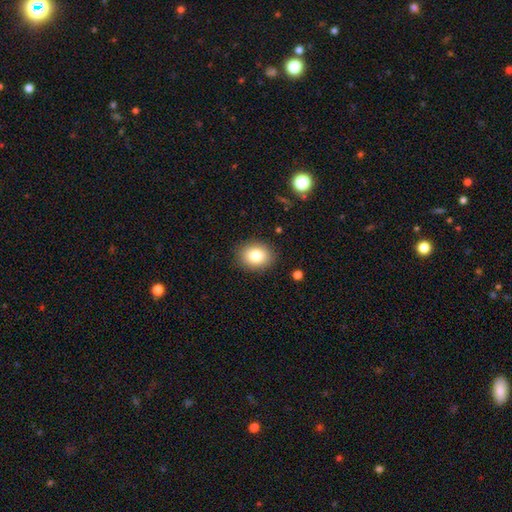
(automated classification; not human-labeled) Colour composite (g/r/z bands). It shows a smooth galaxy with no disk features (82%) that is round (53%). Merging: none (88%).